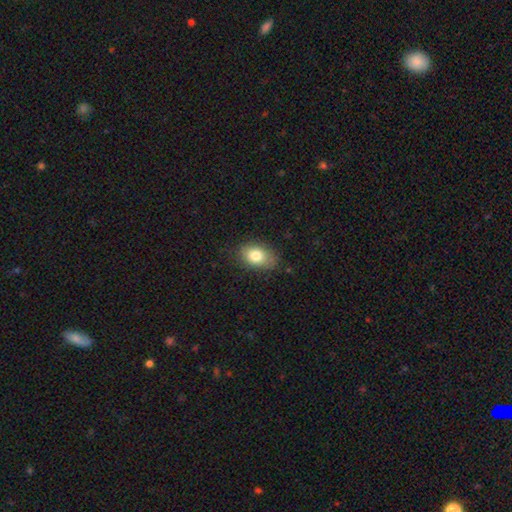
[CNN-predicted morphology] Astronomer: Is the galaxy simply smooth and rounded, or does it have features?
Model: smooth — 79%.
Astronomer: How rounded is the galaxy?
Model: in between — 82%.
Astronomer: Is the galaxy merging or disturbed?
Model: none — 78%.